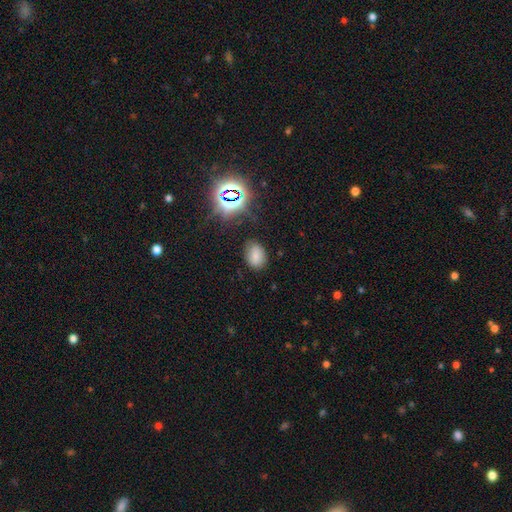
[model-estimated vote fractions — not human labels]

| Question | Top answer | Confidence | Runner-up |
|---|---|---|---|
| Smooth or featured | smooth | 72% | star or artifact (19%) |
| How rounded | in between | 80% | round (19%) |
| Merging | none | 80% | minor disturbance (14%) |